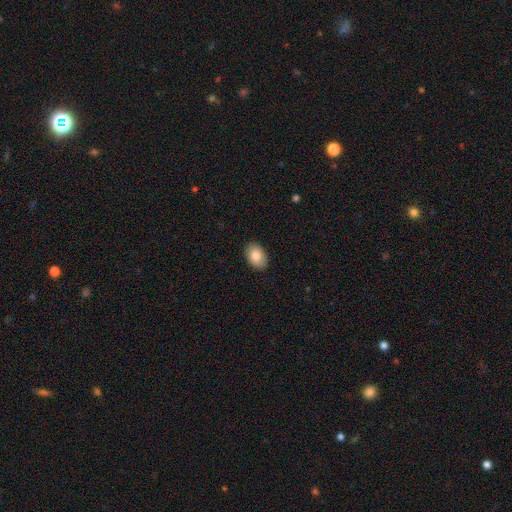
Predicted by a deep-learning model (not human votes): smooth_or_featured: smooth (p=0.85) [alt: featured or disk p=0.08]
how_rounded: in between (p=0.85) [alt: round p=0.14]
merging: none (p=0.88) [alt: minor disturbance p=0.09]